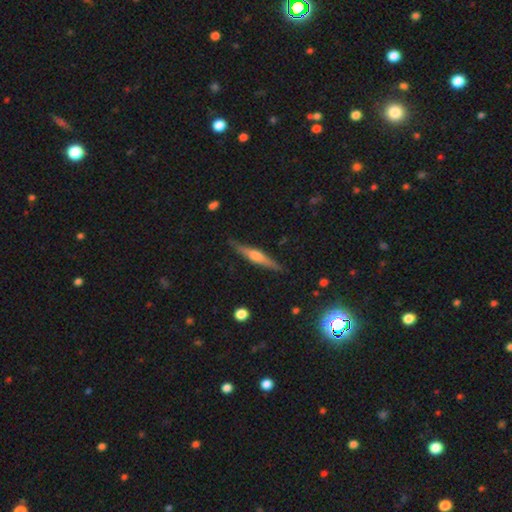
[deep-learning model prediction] Smooth or featured? featured or disk (68%)
Edge-on disk? yes (97%)
Edge-on bulge? rounded (81%)
Merging? none (89%)